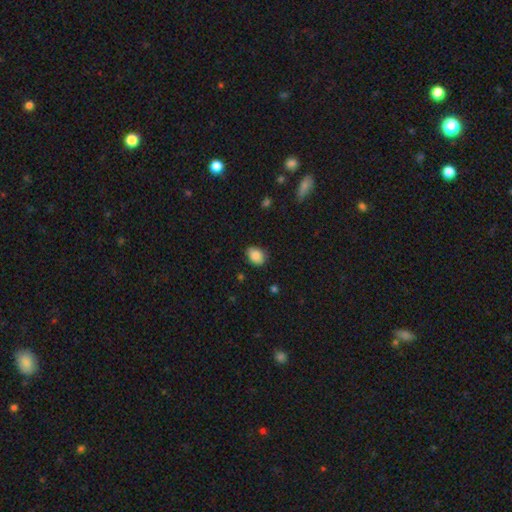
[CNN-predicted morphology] Q: Smooth or featured?
A: smooth (87%); runner-up: star or artifact (8%)
Q: How rounded?
A: in between (63%); runner-up: round (36%)
Q: Merging?
A: none (79%); runner-up: minor disturbance (17%)